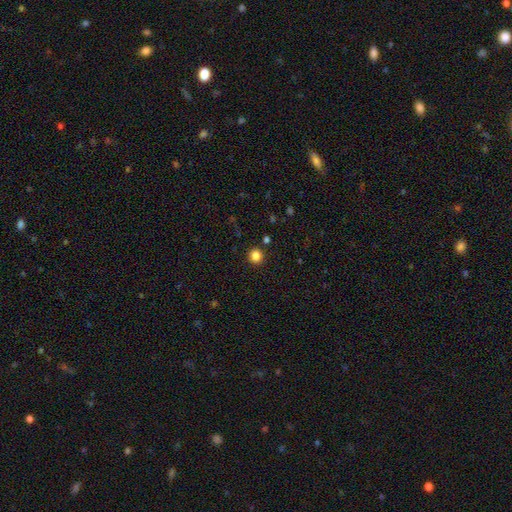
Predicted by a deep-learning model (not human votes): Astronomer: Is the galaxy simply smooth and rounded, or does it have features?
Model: smooth — 84%.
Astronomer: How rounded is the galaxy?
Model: round — 90%.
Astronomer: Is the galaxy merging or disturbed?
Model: none — 91%.